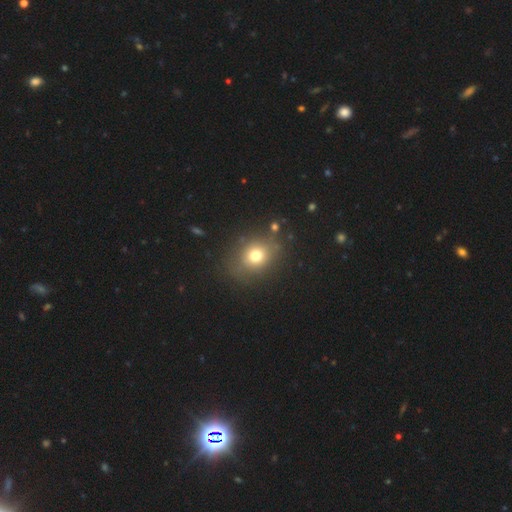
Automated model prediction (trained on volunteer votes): Overall: smooth (72%). How rounded: round (64%; in between 35%). Merging: none (78%).